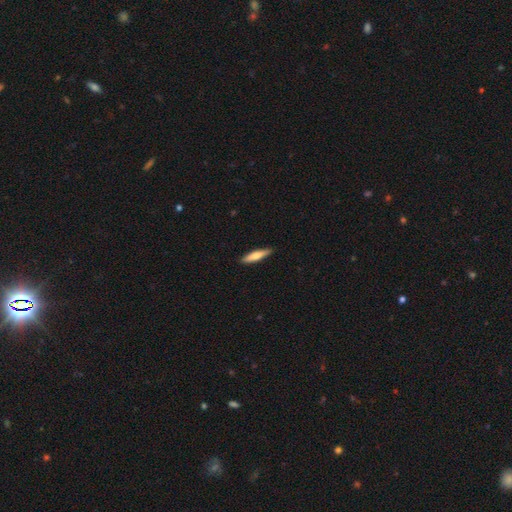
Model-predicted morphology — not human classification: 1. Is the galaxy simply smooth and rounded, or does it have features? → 71% smooth, 24% featured or disk, 5% star or artifact.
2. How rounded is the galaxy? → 81% cigar-shaped, 18% in between, 1% round.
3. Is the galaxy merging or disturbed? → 88% none, 9% minor disturbance, 2% major disturbance, 1% merger.